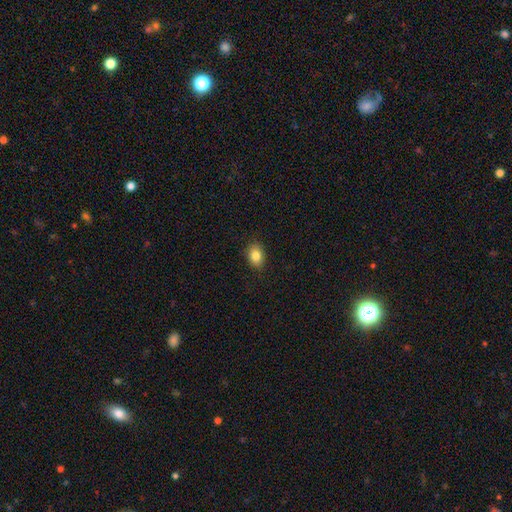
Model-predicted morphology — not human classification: Q: Smooth or featured?
A: smooth (84%); runner-up: star or artifact (9%)
Q: How rounded?
A: in between (77%); runner-up: round (22%)
Q: Merging?
A: none (87%); runner-up: minor disturbance (10%)